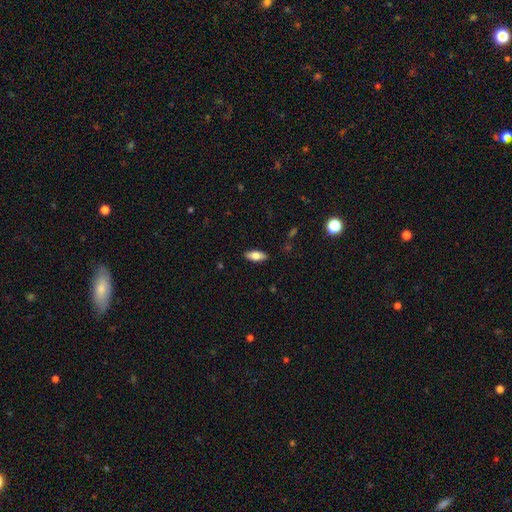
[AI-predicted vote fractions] smooth_or_featured: smooth (p=0.72) [alt: featured or disk p=0.21]
how_rounded: in between (p=0.78) [alt: cigar-shaped p=0.19]
merging: none (p=0.88) [alt: minor disturbance p=0.09]